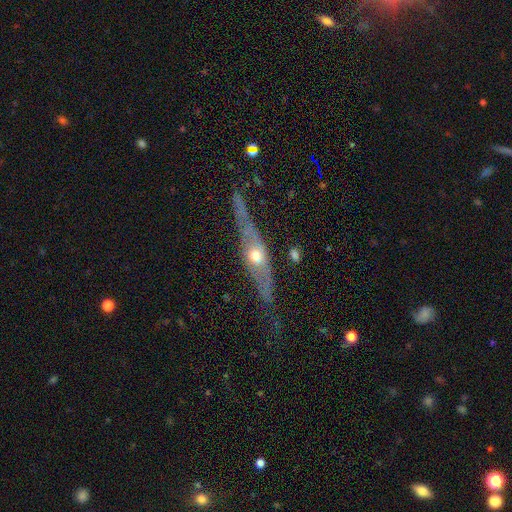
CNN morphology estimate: A featured or disk galaxy (67%) viewed edge-on (76%) with a rounded central bulge (87%). Merging: none (74%).